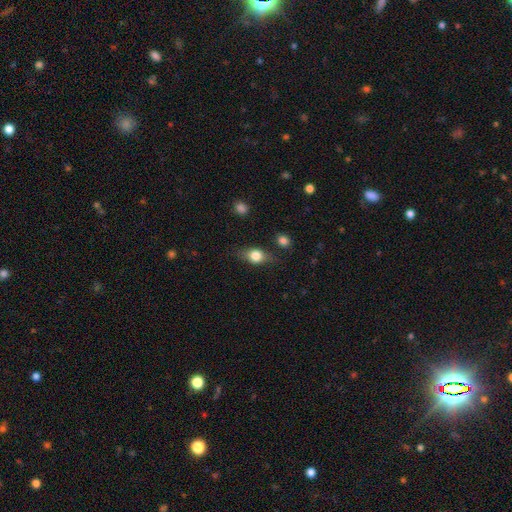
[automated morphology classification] Smooth or featured? smooth (70%)
How rounded? in between (64%)
Merging? none (74%)